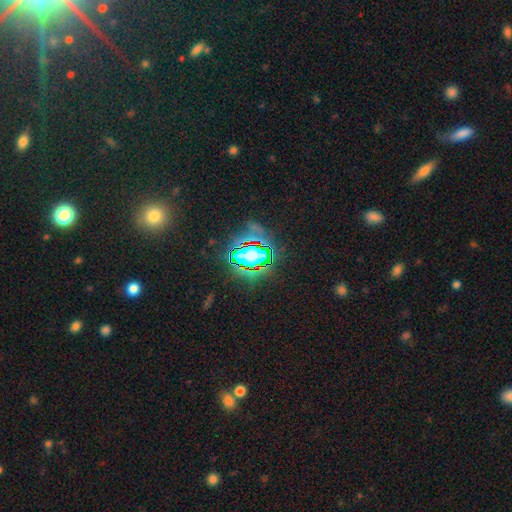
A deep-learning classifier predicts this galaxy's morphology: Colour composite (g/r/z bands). It shows a star or artifact, not a galaxy (79%).